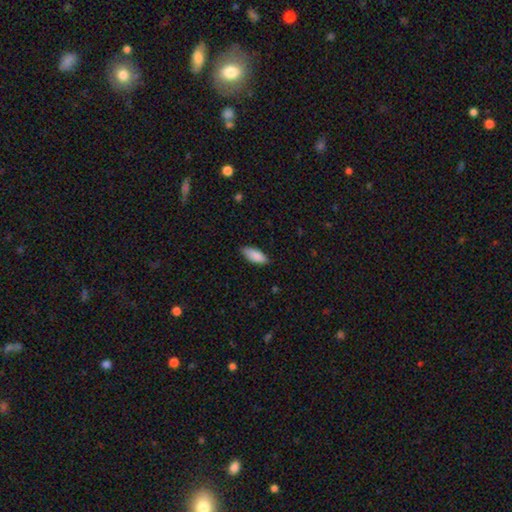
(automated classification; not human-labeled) Q: Smooth or featured?
A: smooth (89%); runner-up: star or artifact (6%)
Q: How rounded?
A: in between (81%); runner-up: cigar-shaped (17%)
Q: Merging?
A: none (83%); runner-up: minor disturbance (14%)